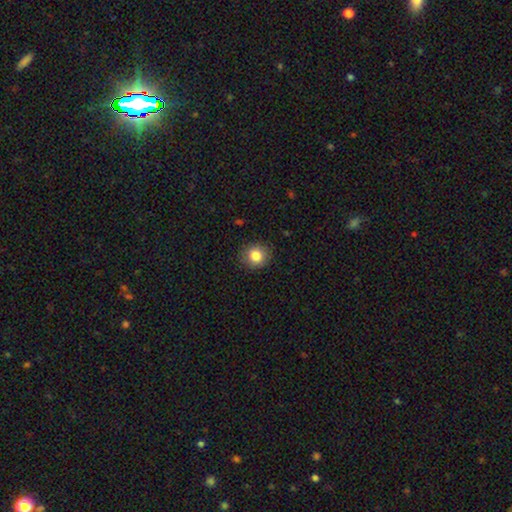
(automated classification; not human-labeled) smooth 84%, star or artifact 10%, featured or disk 7%. Down the decision tree: how rounded — round (84%); merging — none (88%).